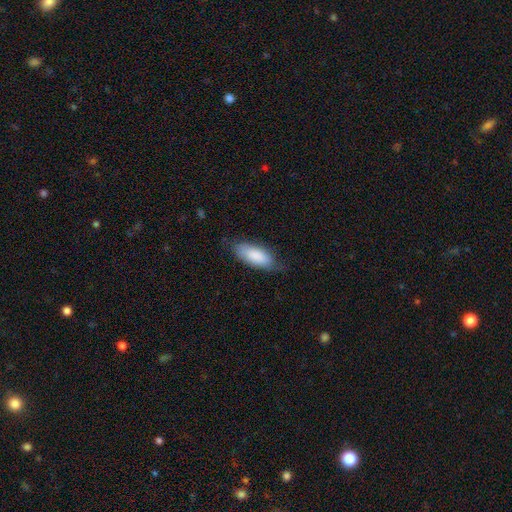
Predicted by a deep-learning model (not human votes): A smooth galaxy with no disk features (85%) that is in between round and cigar-shaped (81%).

Vote fractions:
- Smooth or featured? smooth: 85% / featured or disk: 9% / star or artifact: 6%
- How rounded? in between: 81% / cigar-shaped: 18% / round: 2%
- Merging? none: 72% / minor disturbance: 22% / major disturbance: 5% / merger: 1%